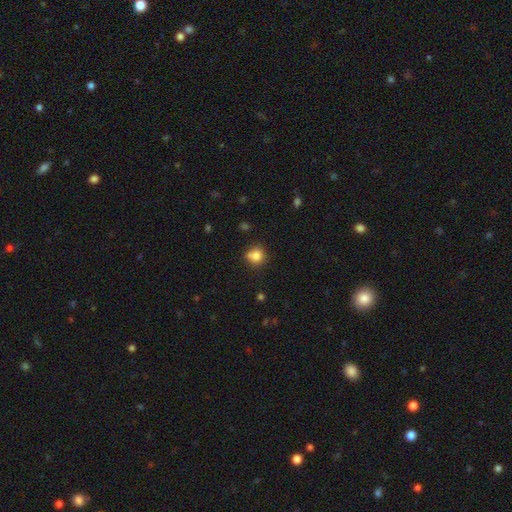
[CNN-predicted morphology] Smooth or featured? Predicted: smooth (p=0.80). How rounded? Predicted: round (p=0.87). Merging? Predicted: none (p=0.62).